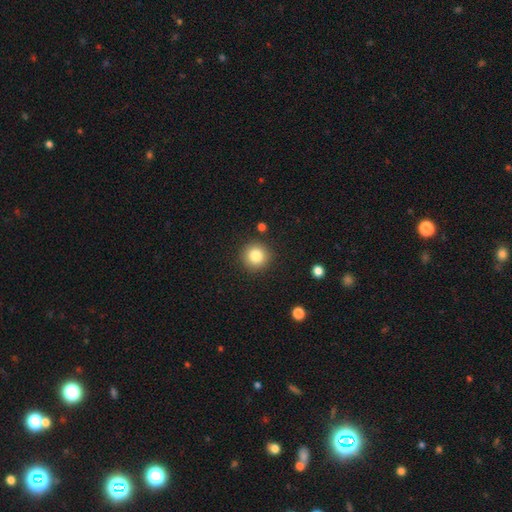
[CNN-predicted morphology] Overall: smooth (83%). How rounded: round (94%). Merging: none (89%).